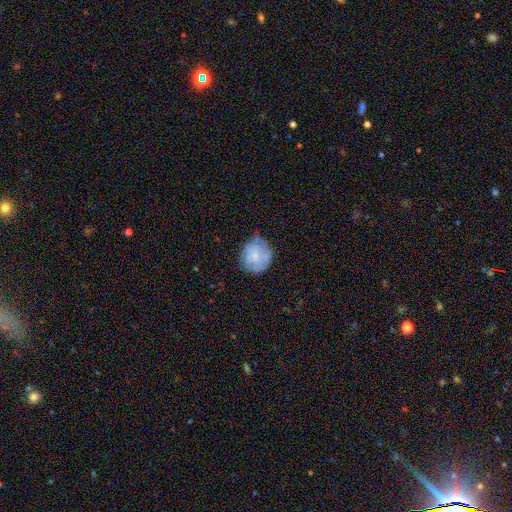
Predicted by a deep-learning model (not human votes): The model was most divided on "merging": none: 55%, minor disturbance: 32%, major disturbance: 10%, merger: 2%. More confident: how rounded — round (81%); smooth or featured — smooth (62%).